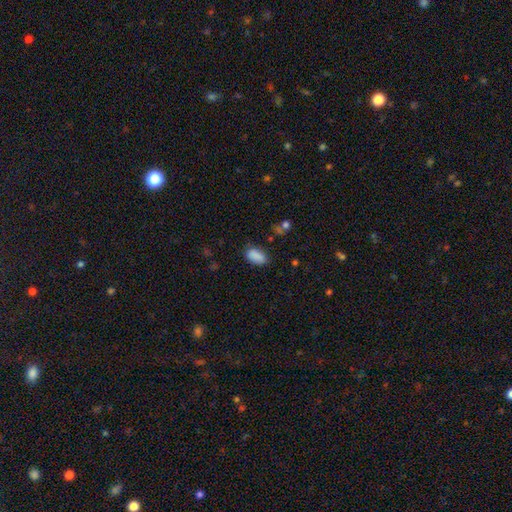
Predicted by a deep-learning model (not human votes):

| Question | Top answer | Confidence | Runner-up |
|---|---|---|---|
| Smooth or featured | smooth | 87% | star or artifact (9%) |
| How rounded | in between | 92% | round (4%) |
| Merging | none | 78% | minor disturbance (16%) |